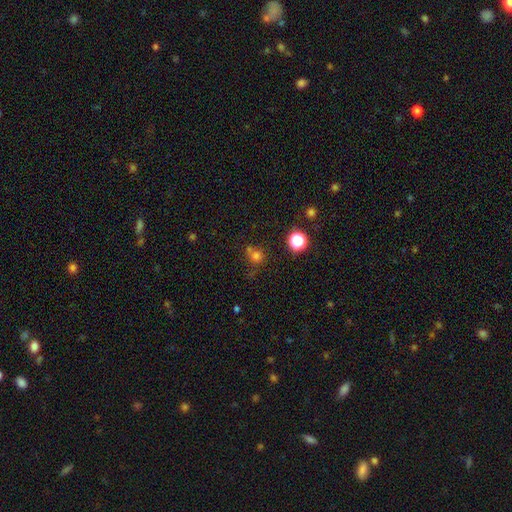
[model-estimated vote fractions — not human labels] A smooth galaxy with no disk features (70%) that is round (88%). Merging: none (57%).